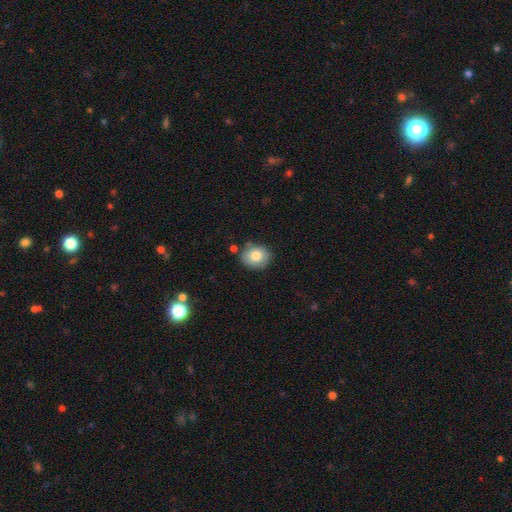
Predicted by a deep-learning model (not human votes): smooth-or-featured: smooth: 81% | featured or disk: 11% | star or artifact: 8%
  how-rounded: round: 62% | in between: 37% | cigar-shaped: 1%
  merging: none: 77% | minor disturbance: 15% | merger: 5% | major disturbance: 3%